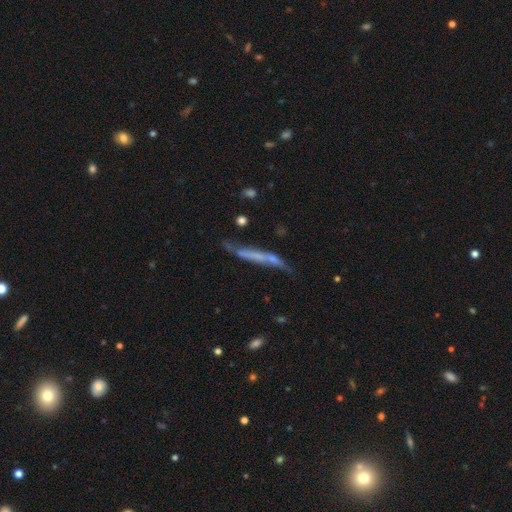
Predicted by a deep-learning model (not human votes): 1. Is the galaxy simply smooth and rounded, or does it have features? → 54% featured or disk, 37% smooth, 10% star or artifact.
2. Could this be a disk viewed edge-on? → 76% yes, 24% no.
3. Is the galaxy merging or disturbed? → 55% none, 26% minor disturbance, 12% major disturbance, 7% merger.